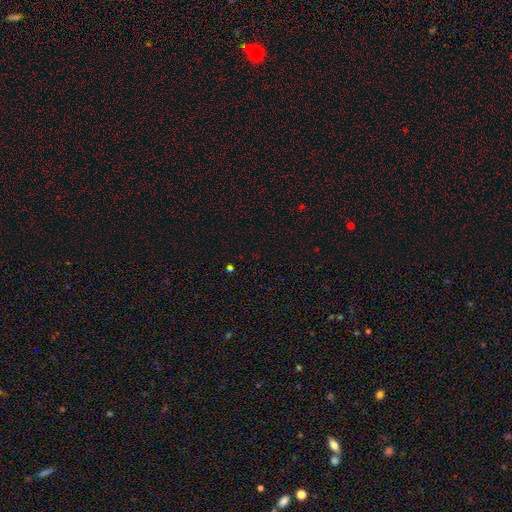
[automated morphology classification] Smooth or featured? Predicted: star or artifact (p=0.62).